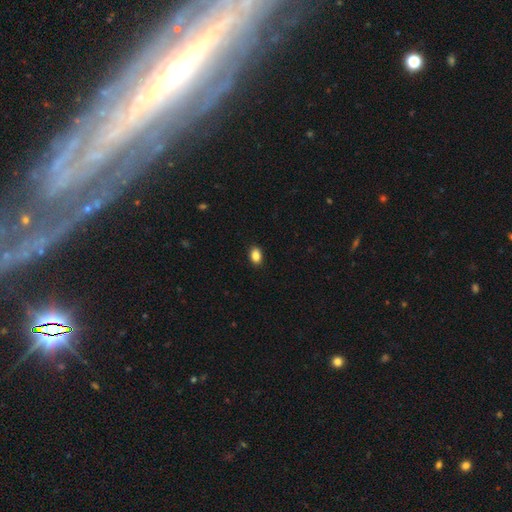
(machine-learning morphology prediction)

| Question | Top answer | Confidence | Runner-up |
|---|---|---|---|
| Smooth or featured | smooth | 88% | star or artifact (8%) |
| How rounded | in between | 85% | round (13%) |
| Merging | none | 90% | minor disturbance (7%) |